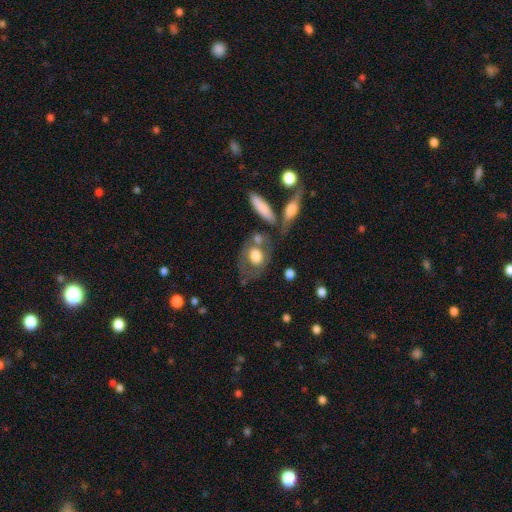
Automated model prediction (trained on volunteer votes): smooth-or-featured: smooth: 59% | featured or disk: 35% | star or artifact: 7%
  how-rounded: in between: 59% | round: 39% | cigar-shaped: 3%
  merging: none: 54% | minor disturbance: 17% | merger: 17% | major disturbance: 12%